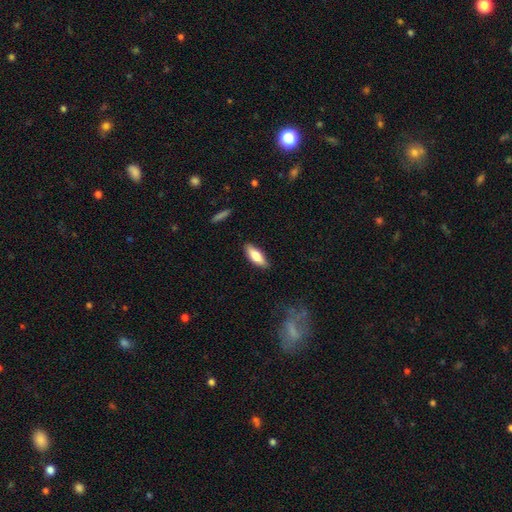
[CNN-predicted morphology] A smooth galaxy with no disk features (75%) that is in between round and cigar-shaped (69%). Merging: none (82%).